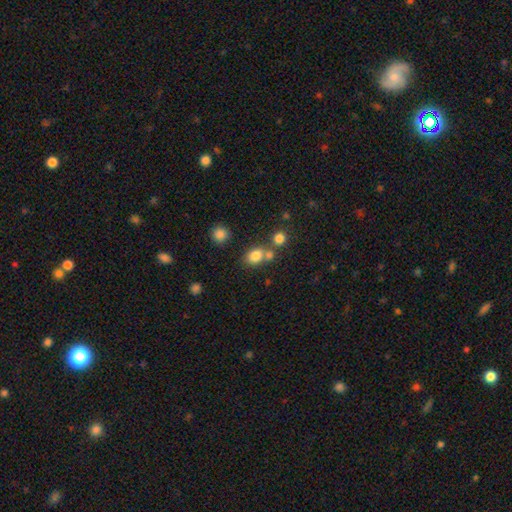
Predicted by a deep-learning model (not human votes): Smooth or featured?
  - smooth: 80% *
  - star or artifact: 12%
  - featured or disk: 8%
How rounded?
  - in between: 52% *
  - round: 47%
  - cigar-shaped: 1%
Merging?
  - none: 54% *
  - merger: 32%
  - minor disturbance: 11%
  - major disturbance: 4%